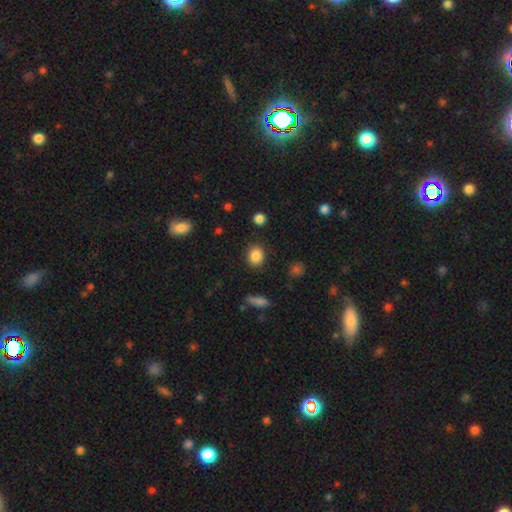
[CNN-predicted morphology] A smooth galaxy with no disk features (85%) that is round (70%). Merging: none (87%).